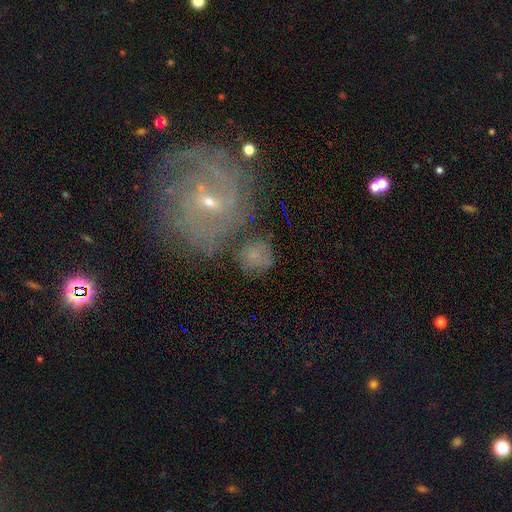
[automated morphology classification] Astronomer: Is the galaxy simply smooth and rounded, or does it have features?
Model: smooth — 58%.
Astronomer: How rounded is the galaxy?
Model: round — 80%.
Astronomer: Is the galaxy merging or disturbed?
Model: none — 61%.